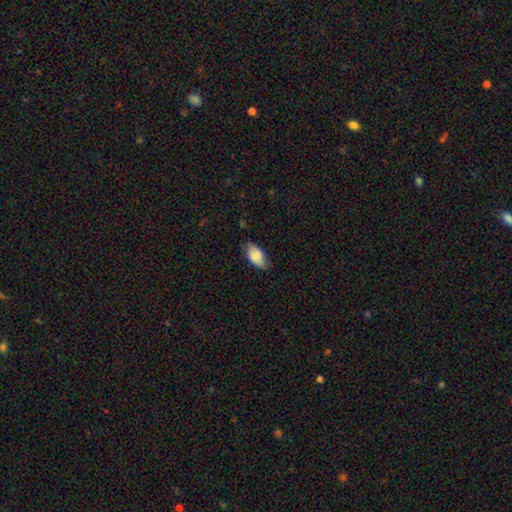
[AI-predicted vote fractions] This appears to be a smooth galaxy with no disk features (81%) that is in between round and cigar-shaped (93%). Merging: none (73%).